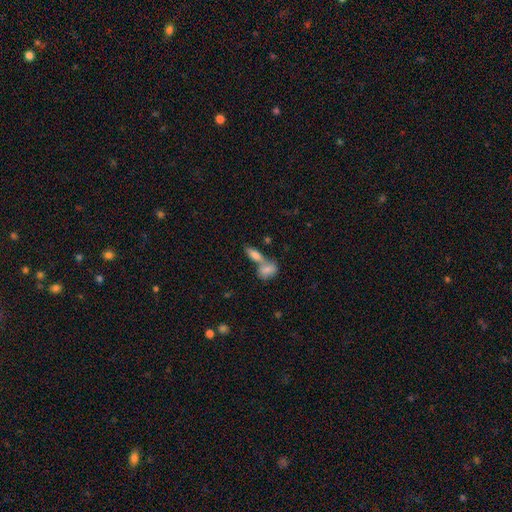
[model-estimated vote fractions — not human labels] Smooth or featured?
  - smooth: 78% *
  - featured or disk: 14%
  - star or artifact: 8%
How rounded?
  - in between: 78% *
  - cigar-shaped: 16%
  - round: 6%
Merging?
  - merger: 59% *
  - none: 30%
  - minor disturbance: 7%
  - major disturbance: 3%